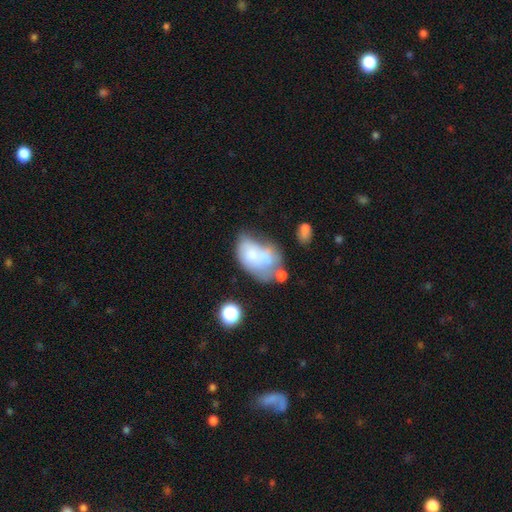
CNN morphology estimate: smooth-or-featured: smooth: 55% | featured or disk: 35% | star or artifact: 10%
  how-rounded: in between: 85% | round: 14% | cigar-shaped: 1%
  merging: merger: 34% | major disturbance: 25% | minor disturbance: 21% | none: 20%